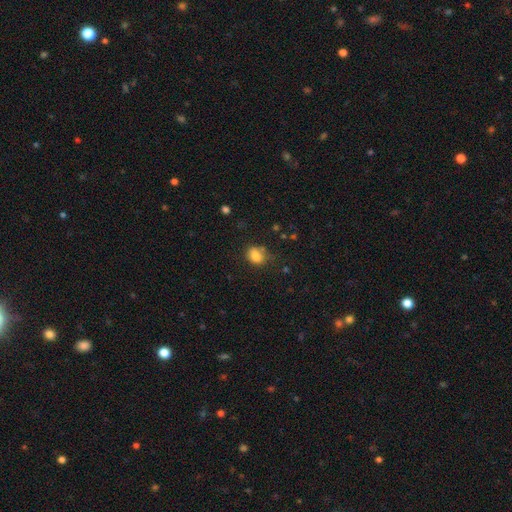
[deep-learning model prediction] This is clearly a smooth galaxy (81%). How rounded: likely in between (62%). Merging: possibly none (53%).